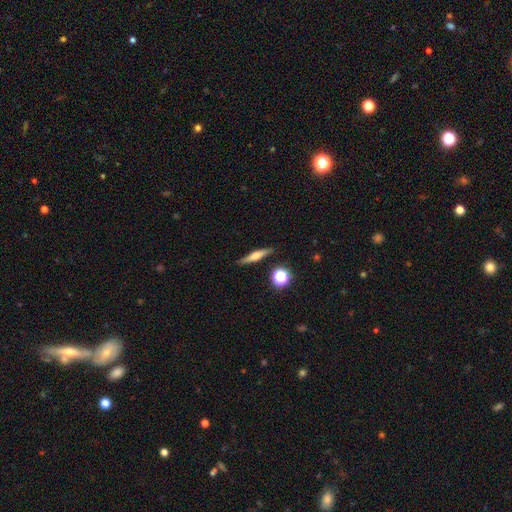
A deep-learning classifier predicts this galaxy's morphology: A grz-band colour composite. It shows a featured or disk galaxy (54%) viewed edge-on (95%) with a rounded central bulge (82%). Merging: none (88%).